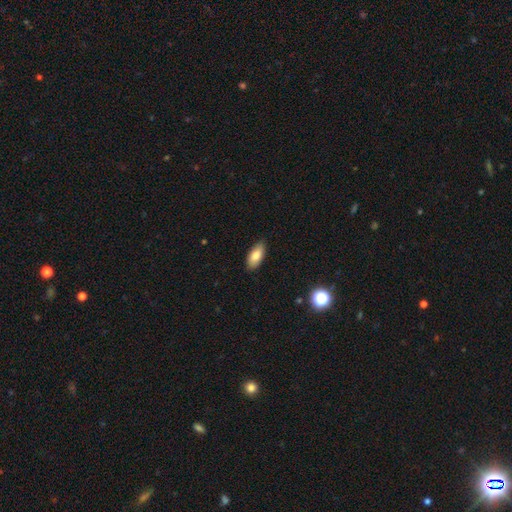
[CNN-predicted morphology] smooth_or_featured: smooth (p=0.81) [alt: featured or disk p=0.12]
how_rounded: in between (p=0.89) [alt: cigar-shaped p=0.09]
merging: none (p=0.87) [alt: minor disturbance p=0.10]